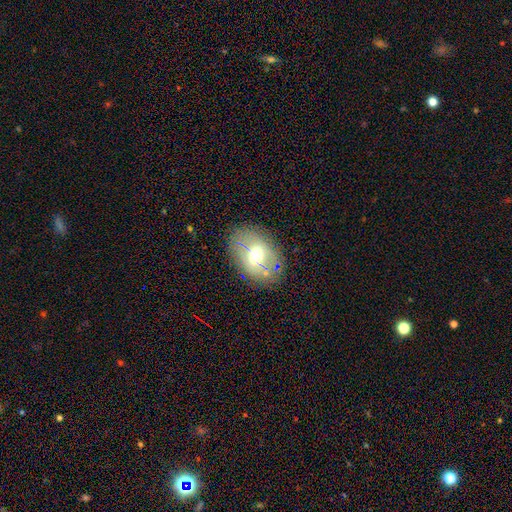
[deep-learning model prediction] smooth 49%, featured or disk 40%, star or artifact 11%. Down the decision tree: merging — none (76%).